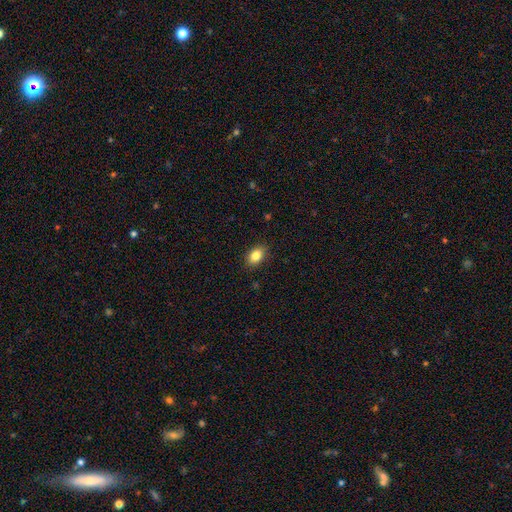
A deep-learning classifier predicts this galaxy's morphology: type=smooth (84%); roundness=in between (81%); merging=none (88%).